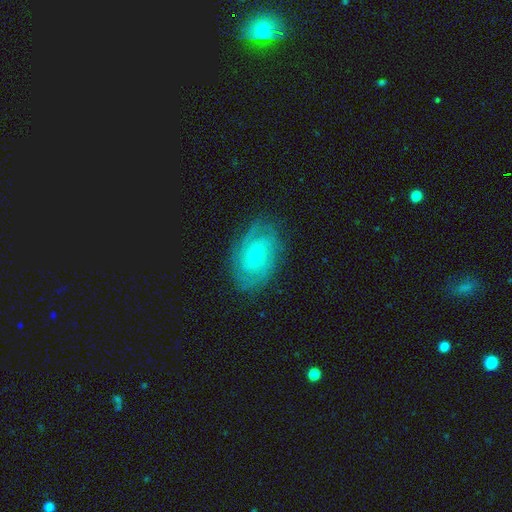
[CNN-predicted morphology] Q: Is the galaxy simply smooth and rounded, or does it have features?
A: featured or disk — 76%.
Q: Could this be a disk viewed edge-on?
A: no — 96%.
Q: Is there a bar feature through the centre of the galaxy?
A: no — 67%.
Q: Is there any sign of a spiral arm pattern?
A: yes — 92%.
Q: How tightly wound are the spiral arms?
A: tight — 62%.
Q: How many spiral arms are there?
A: can't tell — 36%.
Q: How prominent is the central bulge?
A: small — 65%.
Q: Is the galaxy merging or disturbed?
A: none — 79%.